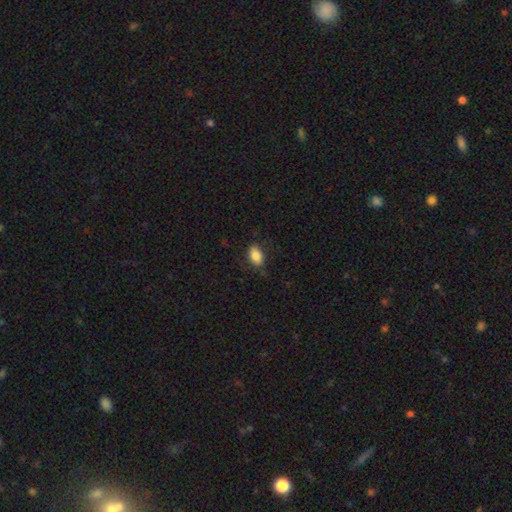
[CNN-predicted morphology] A smooth galaxy with no disk features (86%) that is in between round and cigar-shaped (88%).

Vote fractions:
- Smooth or featured? smooth: 86% / star or artifact: 8% / featured or disk: 7%
- How rounded? in between: 88% / round: 10% / cigar-shaped: 2%
- Merging? none: 77% / minor disturbance: 17% / major disturbance: 5% / merger: 1%